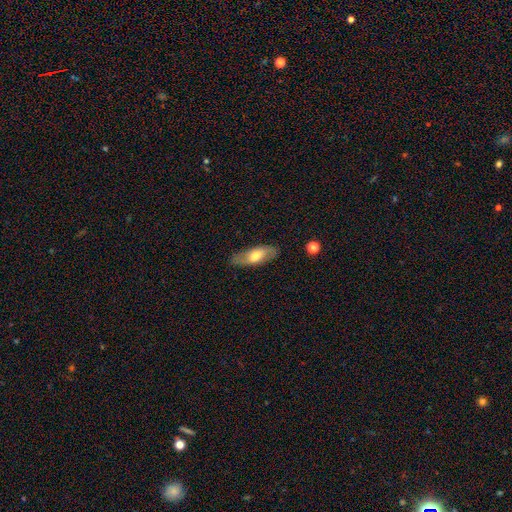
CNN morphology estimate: Smooth or featured? smooth (51%)
How rounded? in between (75%)
Merging? none (81%)